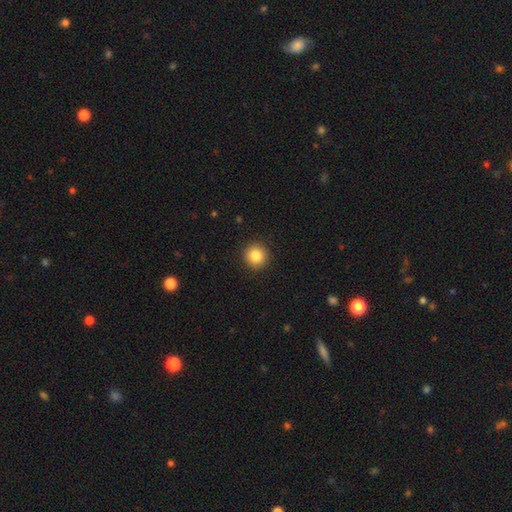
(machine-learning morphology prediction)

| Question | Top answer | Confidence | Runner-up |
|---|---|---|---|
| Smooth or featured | smooth | 85% | star or artifact (10%) |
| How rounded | round | 95% | in between (4%) |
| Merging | none | 92% | minor disturbance (5%) |